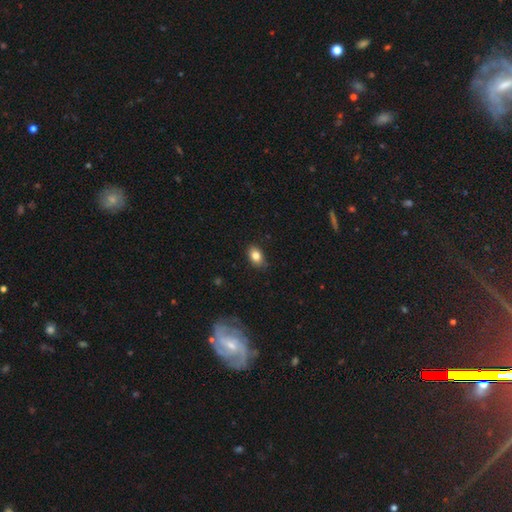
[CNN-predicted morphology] This appears to be a smooth galaxy with no disk features (83%) that is in between round and cigar-shaped (84%). Merging: none (83%).